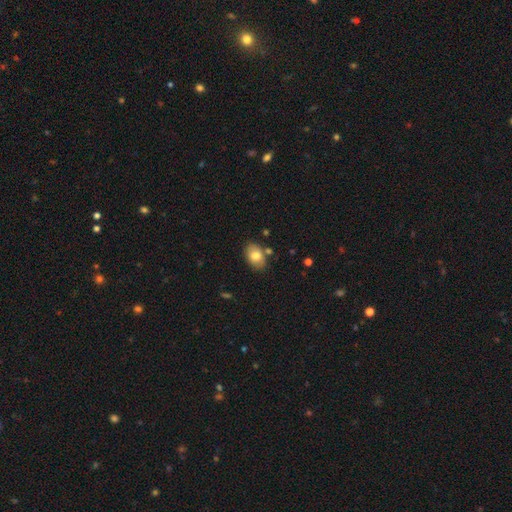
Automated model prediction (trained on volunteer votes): Smooth or featured? smooth (80%)
How rounded? in between (83%)
Merging? none (79%)